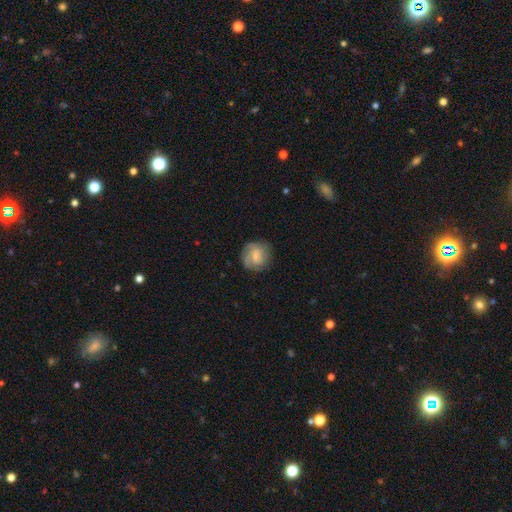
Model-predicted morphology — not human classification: smooth-or-featured: featured or disk: 51% | smooth: 41% | star or artifact: 7%
  disk-edge-on: no: 98% | yes: 2%
    bar: no: 52% | weak: 41% | strong: 8%
    has-spiral-arms: yes: 84% | no: 16%
    bulge-size: small: 55% | moderate: 29% | none: 12% | large: 3% | dominant: 1%
  merging: none: 72% | minor disturbance: 19% | major disturbance: 8% | merger: 1%